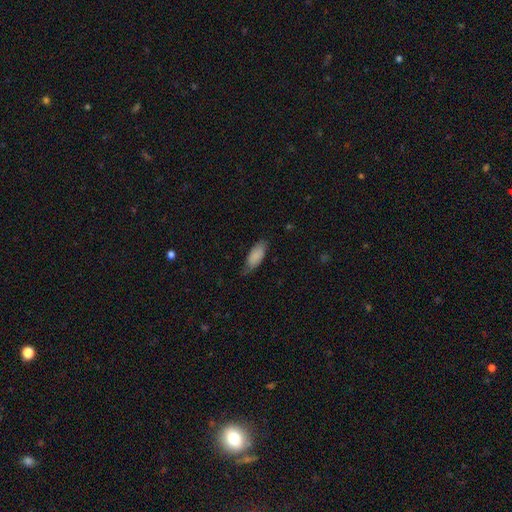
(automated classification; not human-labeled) This is clearly a smooth galaxy (82%). How rounded: clearly in between (85%). Merging: possibly none (58%).